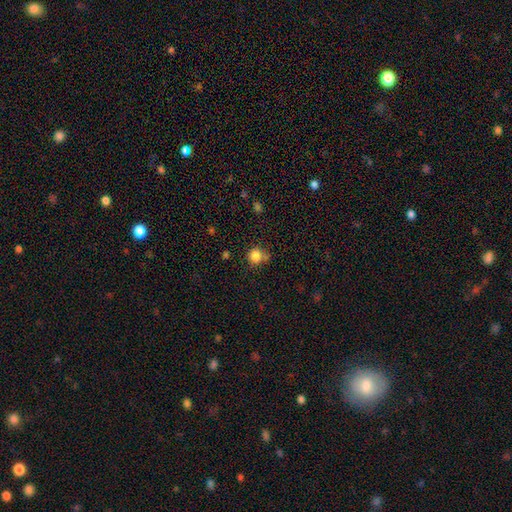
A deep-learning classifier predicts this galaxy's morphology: Smooth or featured? Predicted: smooth (p=0.83). How rounded? Predicted: round (p=0.89). Merging? Predicted: none (p=0.67).